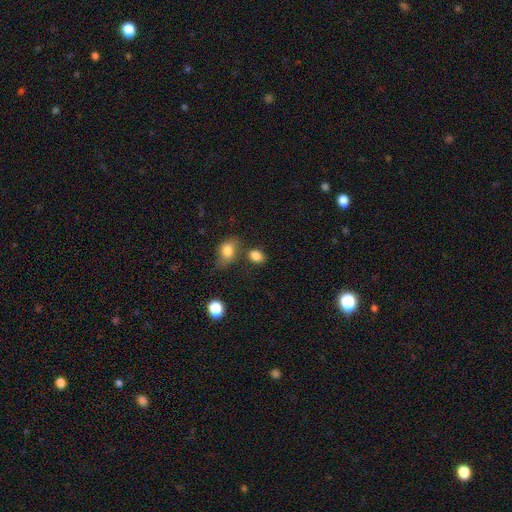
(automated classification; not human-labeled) Smooth or featured: smooth — 84% (star or artifact — 10%)
How rounded: in between — 72% (round — 27%)
Merging: none — 66% (minor disturbance — 15%)